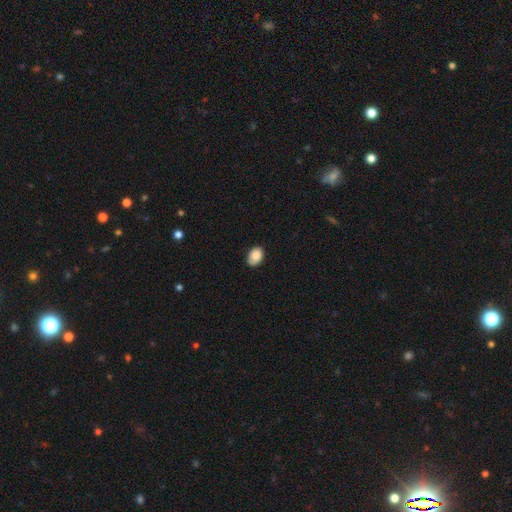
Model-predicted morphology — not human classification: Smooth or featured: smooth — 88% (star or artifact — 7%)
How rounded: in between — 81% (round — 18%)
Merging: none — 80% (minor disturbance — 16%)